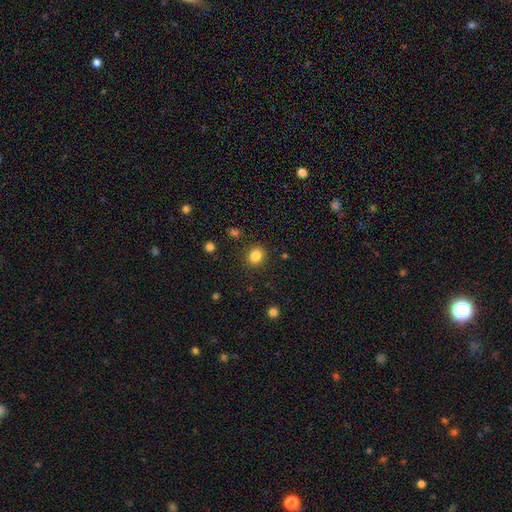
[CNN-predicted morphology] Q: Smooth or featured?
A: smooth (84%); runner-up: star or artifact (11%)
Q: How rounded?
A: round (72%); runner-up: in between (27%)
Q: Merging?
A: none (89%); runner-up: minor disturbance (7%)